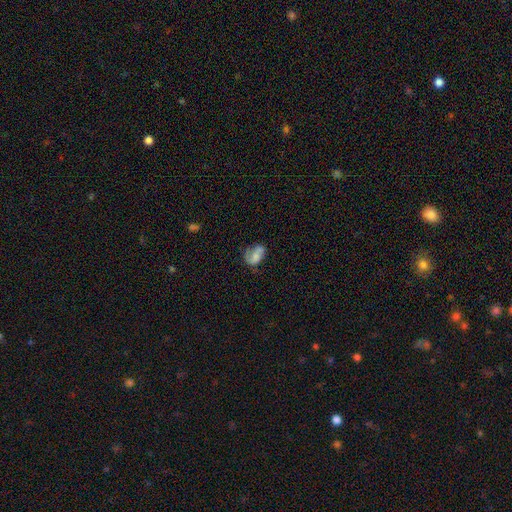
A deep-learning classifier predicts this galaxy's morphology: smooth 48%, featured or disk 42%, star or artifact 9%. Down the decision tree: merging — none (36%).